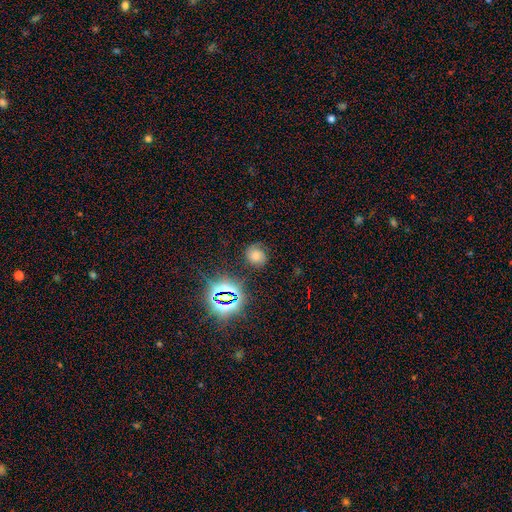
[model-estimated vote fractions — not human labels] A smooth galaxy with no disk features (50%). Merging: none (69%).